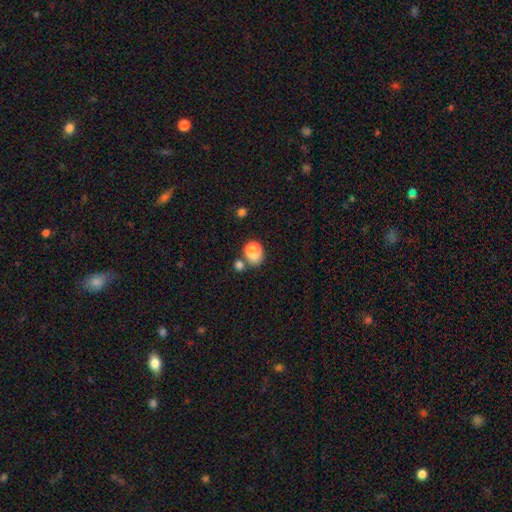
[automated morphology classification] Smooth or featured? smooth (70%)
How rounded? in between (52%)
Merging? none (69%)